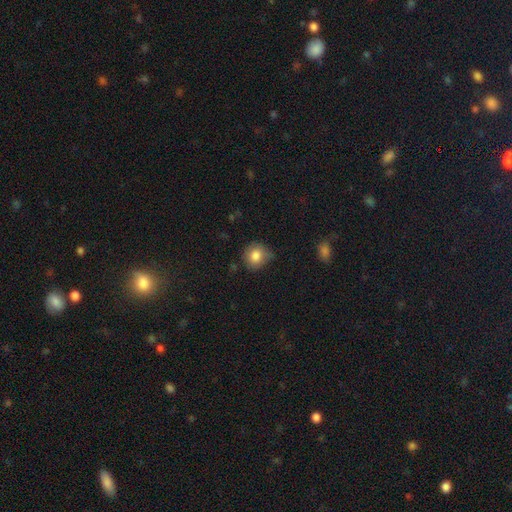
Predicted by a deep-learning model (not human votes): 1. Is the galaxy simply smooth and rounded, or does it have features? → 83% smooth, 9% star or artifact, 8% featured or disk.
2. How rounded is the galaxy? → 85% round, 15% in between, 1% cigar-shaped.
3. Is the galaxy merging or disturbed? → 69% none, 24% minor disturbance, 5% major disturbance, 2% merger.